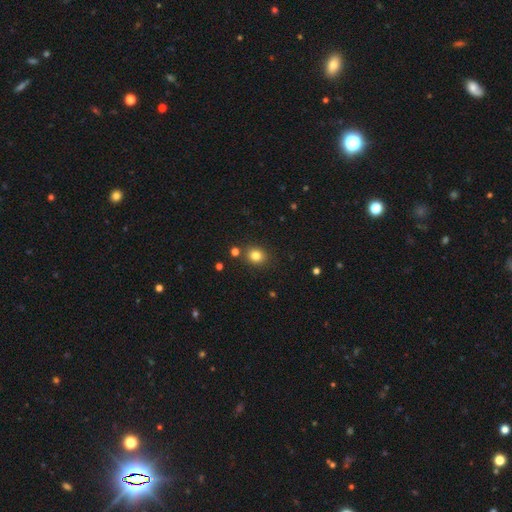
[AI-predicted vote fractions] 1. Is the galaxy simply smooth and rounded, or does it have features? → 81% smooth, 13% star or artifact, 6% featured or disk.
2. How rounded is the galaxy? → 73% round, 27% in between, 1% cigar-shaped.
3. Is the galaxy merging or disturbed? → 85% none, 8% minor disturbance, 5% merger, 2% major disturbance.